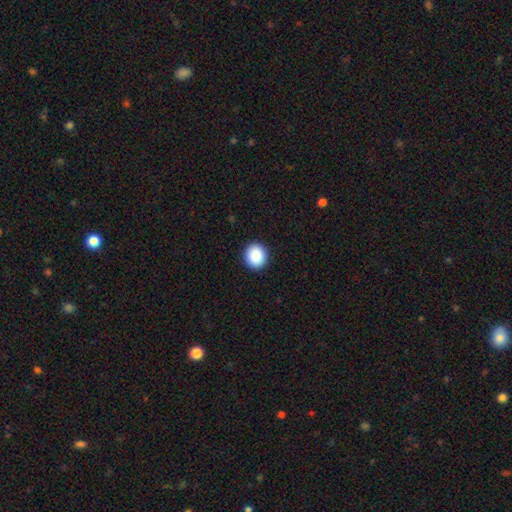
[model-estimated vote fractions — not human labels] smooth_or_featured: smooth (p=0.89) [alt: star or artifact p=0.08]
how_rounded: round (p=0.87) [alt: in between p=0.12]
merging: none (p=0.93) [alt: minor disturbance p=0.05]